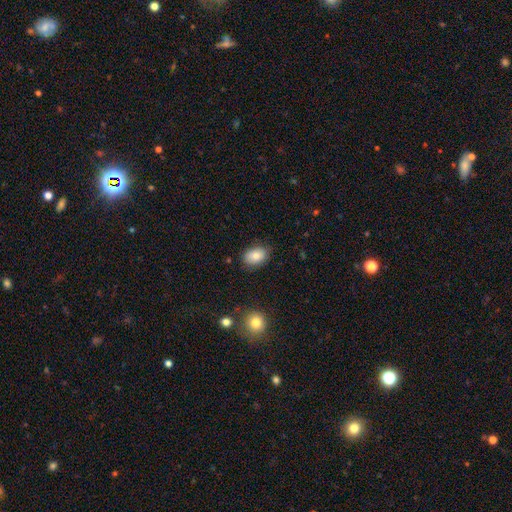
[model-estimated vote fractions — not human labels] Overall: smooth (81%). How rounded: in between (82%). Merging: none (81%).